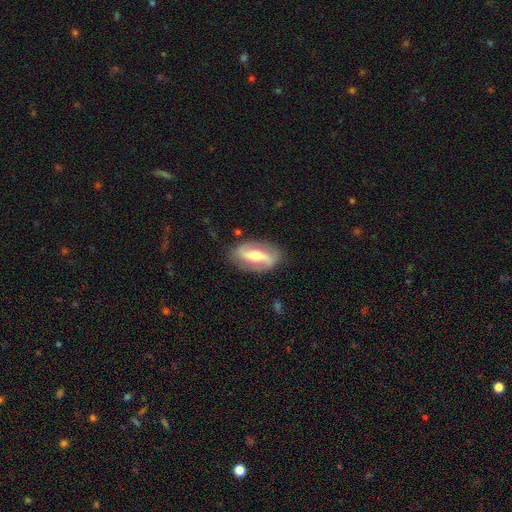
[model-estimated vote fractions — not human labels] Smooth or featured? Predicted: featured or disk (p=0.75). Edge-on disk? Predicted: no (p=0.90). Bar? Predicted: strong (p=0.52). Spiral arms? Predicted: yes (p=0.83). Spiral winding? Predicted: loose (p=0.48). Spiral arm count? Predicted: 2 (p=0.89). Bulge size? Predicted: moderate (p=0.61). Merging? Predicted: none (p=0.83).